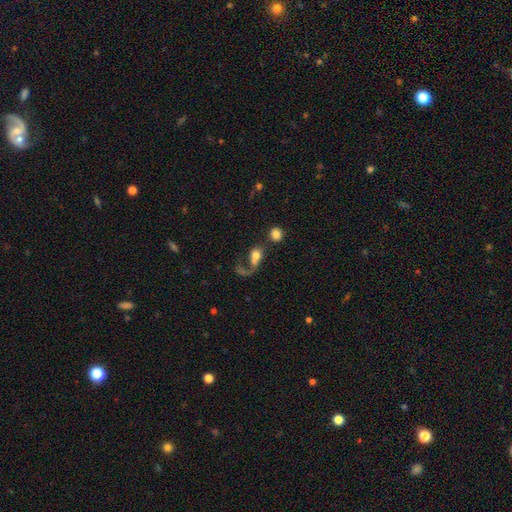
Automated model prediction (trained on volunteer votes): A smooth galaxy with no disk features (56%) that is in between round and cigar-shaped (54%).

Vote fractions:
- Smooth or featured? smooth: 56% / featured or disk: 33% / star or artifact: 11%
- How rounded? in between: 54% / round: 42% / cigar-shaped: 4%
- Merging? major disturbance: 35% / merger: 32% / none: 22% / minor disturbance: 10%